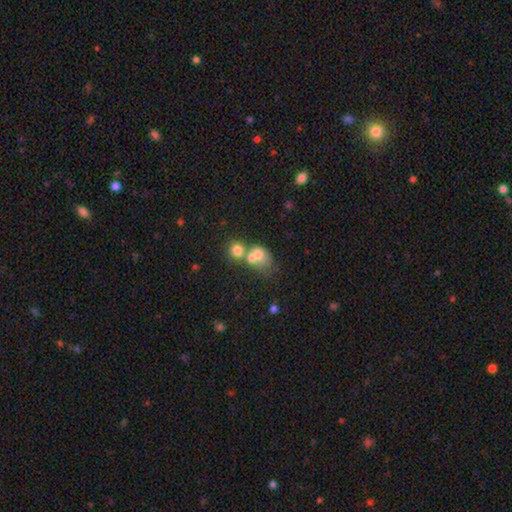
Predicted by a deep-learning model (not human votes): Smooth or featured: smooth — 65% (featured or disk — 23%)
How rounded: round — 54% (in between — 45%)
Merging: merger — 62% (none — 21%)